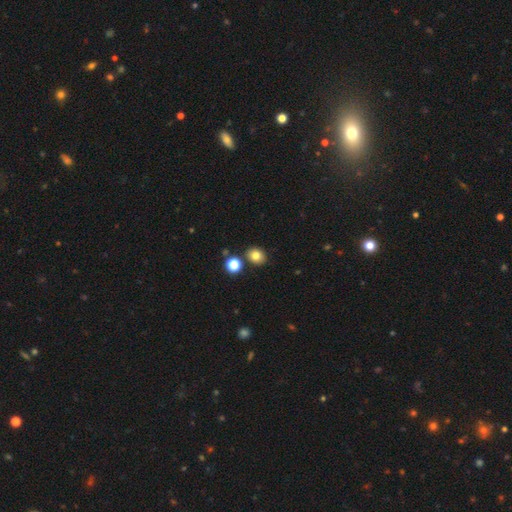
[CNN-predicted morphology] This is clearly a smooth galaxy (81%). How rounded: likely round (65%). Merging: clearly none (83%).